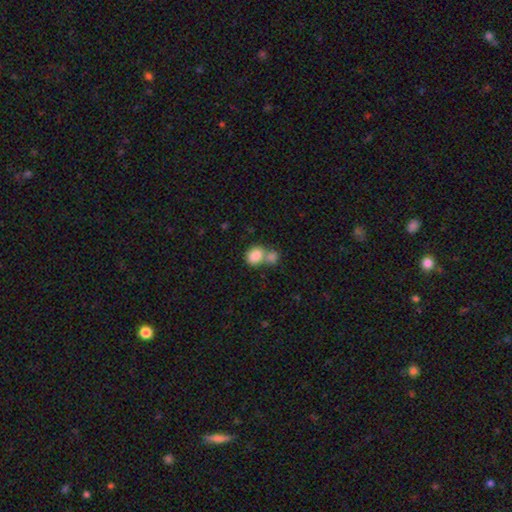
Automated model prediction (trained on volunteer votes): Smooth or featured: smooth — 85% (star or artifact — 8%)
How rounded: round — 53% (in between — 46%)
Merging: merger — 54% (none — 34%)